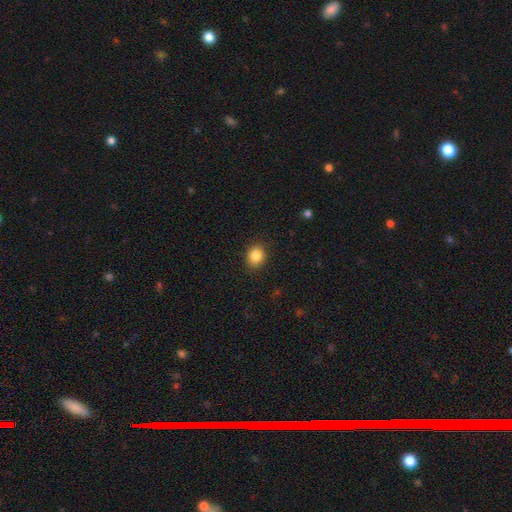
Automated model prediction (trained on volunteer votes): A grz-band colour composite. It shows a smooth galaxy with no disk features (85%) that is round (65%). Merging: none (89%).